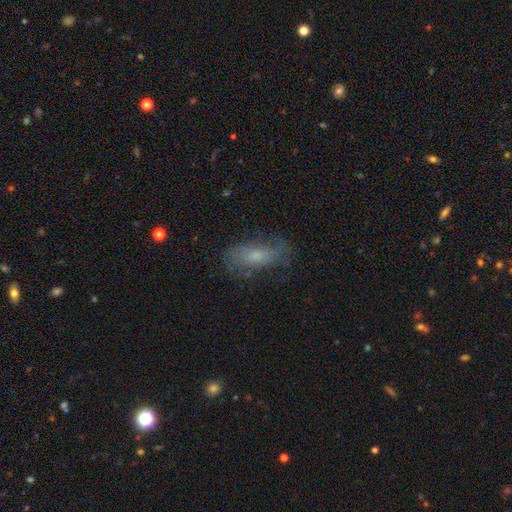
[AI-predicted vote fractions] A smooth galaxy with no disk features (50%).

Vote fractions:
- Smooth or featured? smooth: 50% / featured or disk: 40% / star or artifact: 10%
- Merging? none: 66% / minor disturbance: 21% / major disturbance: 11% / merger: 2%